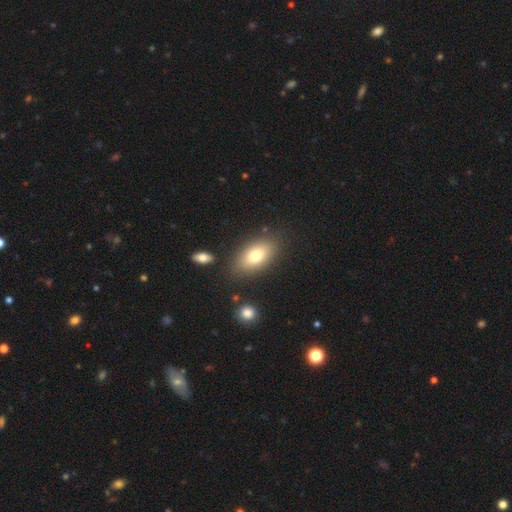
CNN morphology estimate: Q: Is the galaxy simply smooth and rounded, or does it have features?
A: smooth — 75%.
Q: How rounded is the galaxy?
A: in between — 89%.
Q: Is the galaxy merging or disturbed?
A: none — 82%.